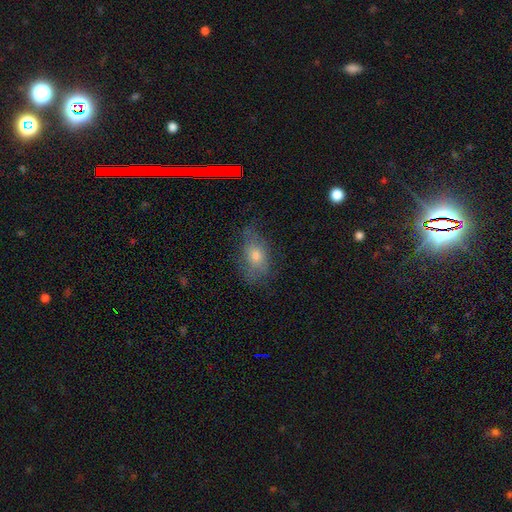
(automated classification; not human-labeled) smooth-or-featured: smooth: 60% | featured or disk: 26% | star or artifact: 14%
  how-rounded: in between: 82% | round: 14% | cigar-shaped: 4%
  merging: none: 63% | minor disturbance: 25% | major disturbance: 10% | merger: 2%